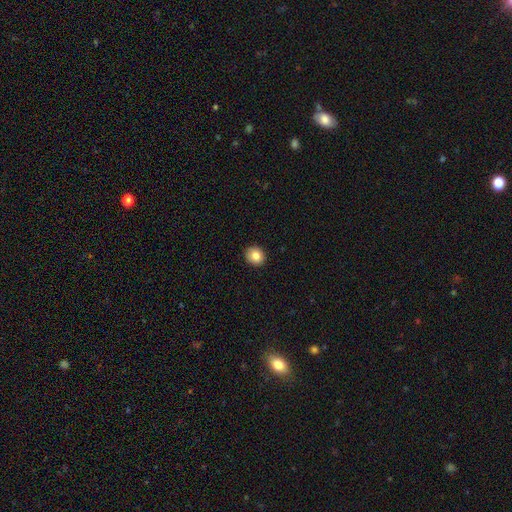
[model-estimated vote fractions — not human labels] Morphology: type=smooth (83%); roundness=round (77%); merging=none (91%).